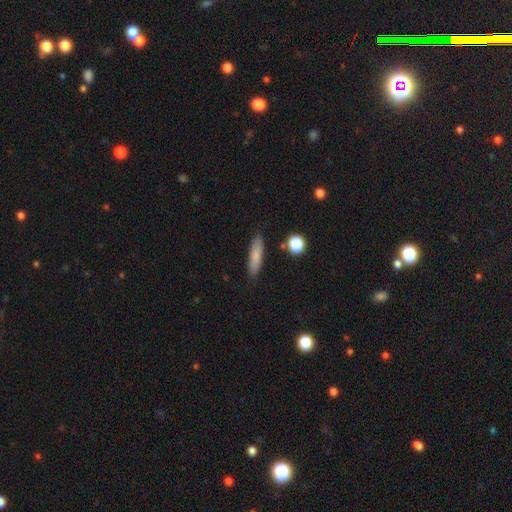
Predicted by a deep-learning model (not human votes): Overall: smooth (78%). How rounded: cigar-shaped (74%). Merging: none (86%).